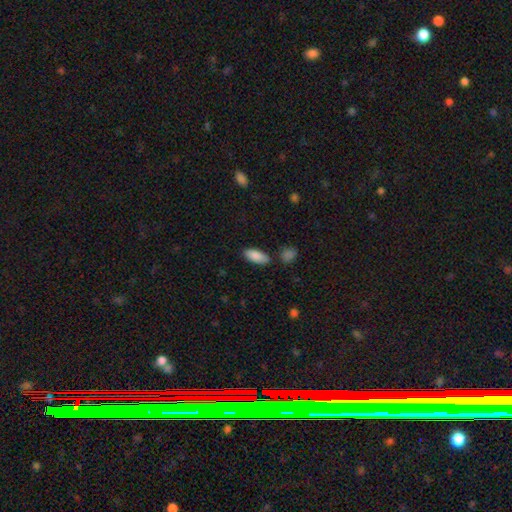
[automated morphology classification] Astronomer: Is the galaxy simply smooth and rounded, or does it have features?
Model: smooth — 88%.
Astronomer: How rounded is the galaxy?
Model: in between — 85%.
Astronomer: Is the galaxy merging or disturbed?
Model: none — 81%.